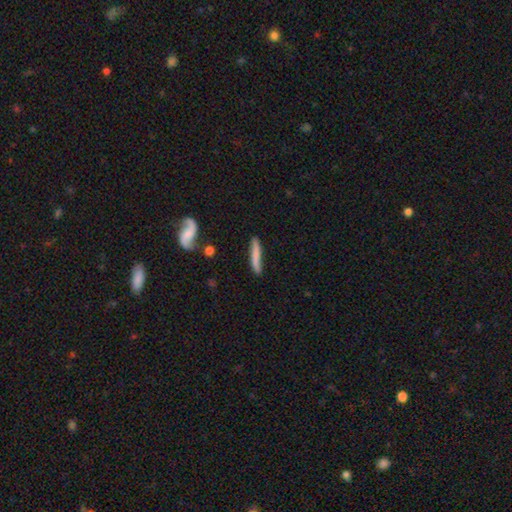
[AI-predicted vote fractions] Morphology: type=smooth (64%); roundness=cigar-shaped (91%); merging=none (75%).